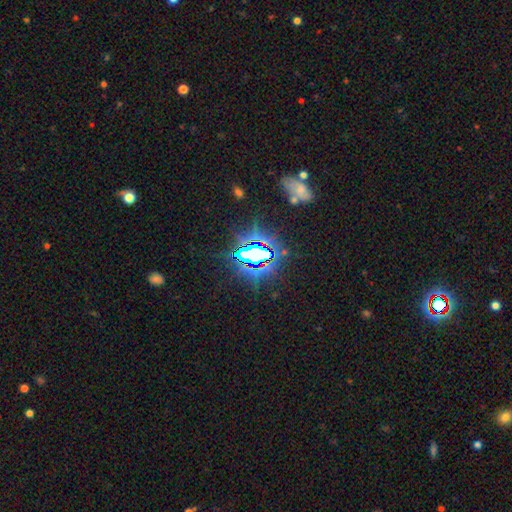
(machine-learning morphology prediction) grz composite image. It shows a star or artifact, not a galaxy (74%).